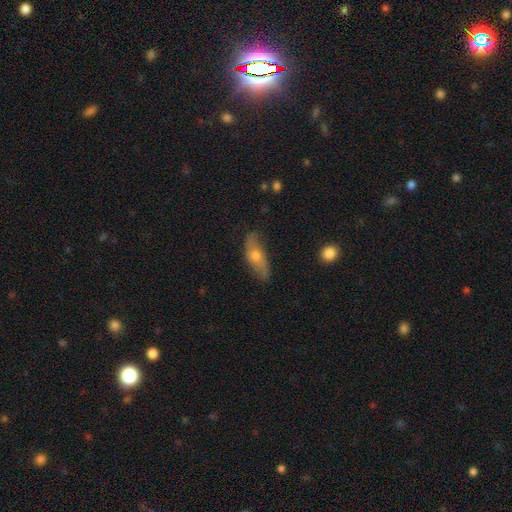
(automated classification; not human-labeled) This is possibly a featured or disk galaxy (47%). Merging: likely none (71%).